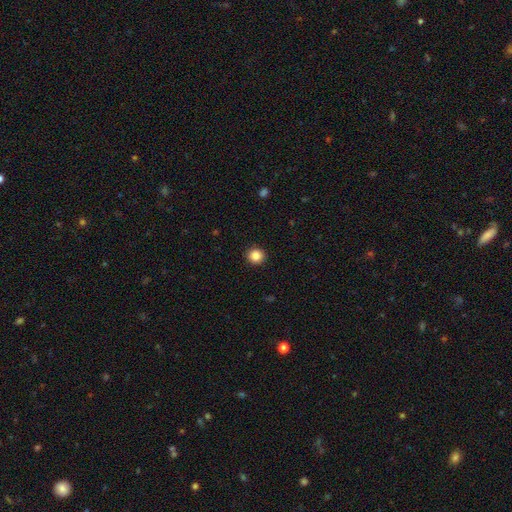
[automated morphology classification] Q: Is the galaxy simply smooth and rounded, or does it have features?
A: smooth — 86%.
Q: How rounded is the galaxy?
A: round — 93%.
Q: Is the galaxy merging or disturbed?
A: none — 93%.